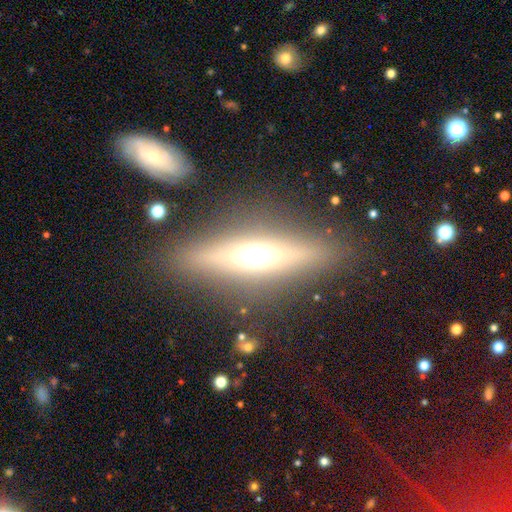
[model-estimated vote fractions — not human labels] featured or disk 59%, smooth 30%, star or artifact 11%. Down the decision tree: edge-on disk — yes (90%); edge-on bulge — rounded (91%); merging — none (83%).